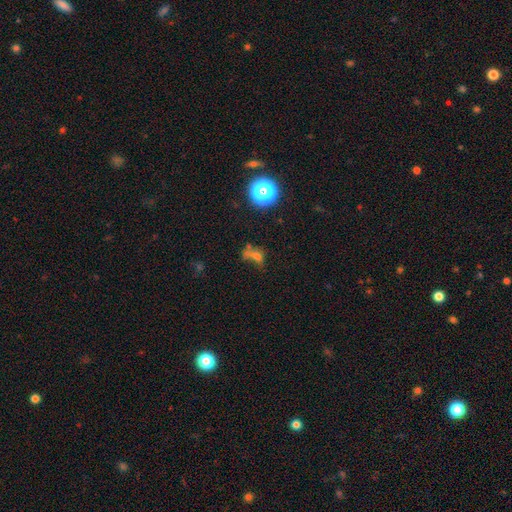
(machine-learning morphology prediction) This is possibly a smooth galaxy (46%). Merging: marginally none (35%).